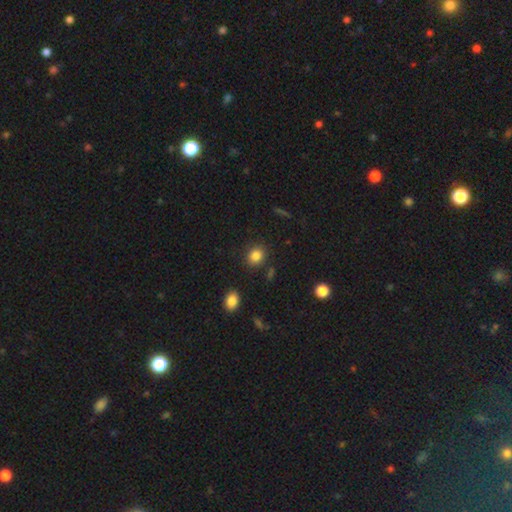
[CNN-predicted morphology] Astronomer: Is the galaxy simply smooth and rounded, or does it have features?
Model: smooth — 85%.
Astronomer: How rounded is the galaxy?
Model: round — 67%.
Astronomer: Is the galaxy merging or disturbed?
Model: none — 87%.